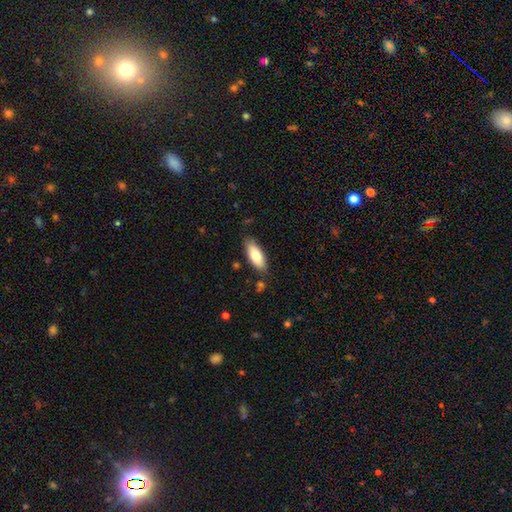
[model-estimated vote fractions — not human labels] Q: Smooth or featured?
A: smooth (76%); runner-up: featured or disk (18%)
Q: How rounded?
A: in between (77%); runner-up: cigar-shaped (21%)
Q: Merging?
A: none (81%); runner-up: minor disturbance (14%)